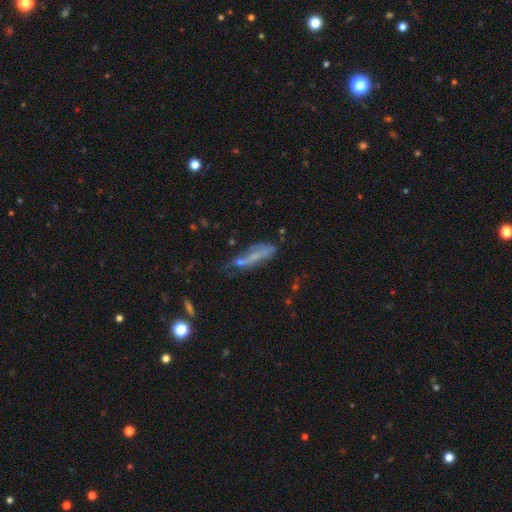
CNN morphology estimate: Smooth or featured: featured or disk — 43% (tied with smooth — 43%)
Merging: none — 34% (major disturbance — 27%)